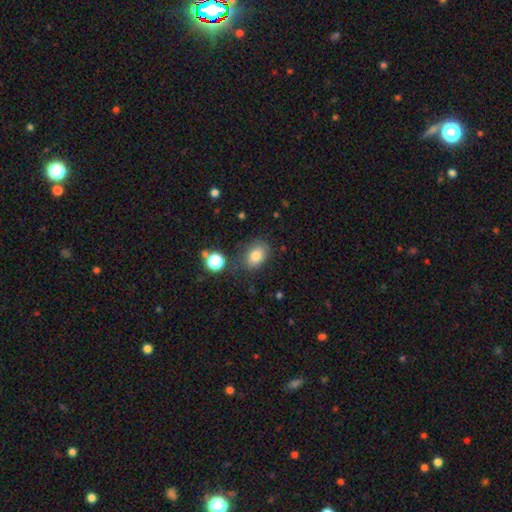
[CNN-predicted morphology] Q: Smooth or featured?
A: smooth (79%); runner-up: star or artifact (11%)
Q: How rounded?
A: in between (79%); runner-up: round (20%)
Q: Merging?
A: none (75%); runner-up: minor disturbance (16%)